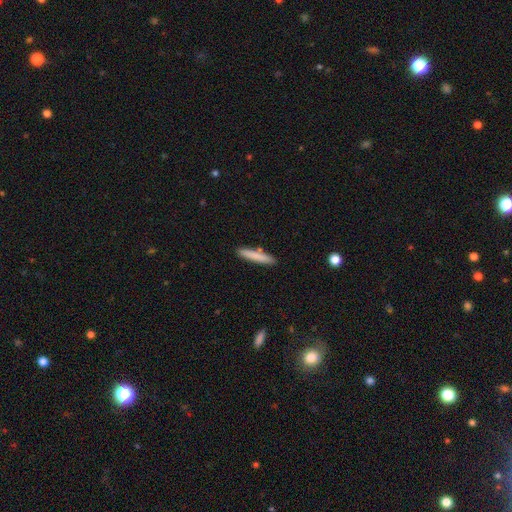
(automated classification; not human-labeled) This is likely a smooth galaxy (79%). How rounded: clearly cigar-shaped (93%). Merging: clearly none (86%).